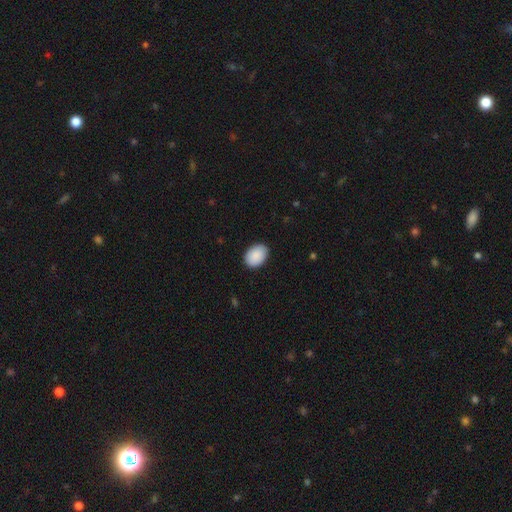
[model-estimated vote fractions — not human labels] Smooth or featured? Predicted: smooth (p=0.90). How rounded? Predicted: in between (p=0.80). Merging? Predicted: none (p=0.88).